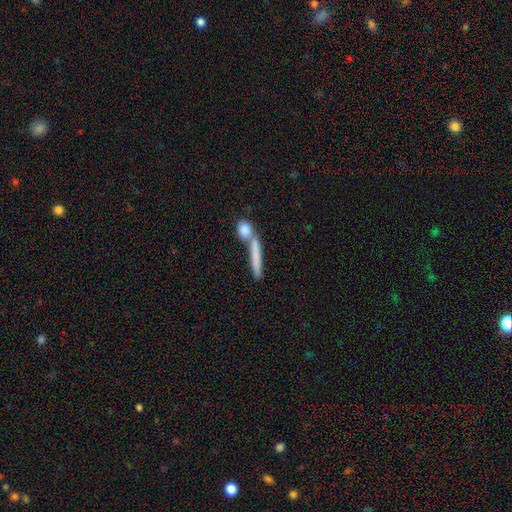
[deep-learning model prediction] Smooth or featured? Predicted: smooth (p=0.70). How rounded? Predicted: cigar-shaped (p=0.86). Merging? Predicted: none (p=0.54).